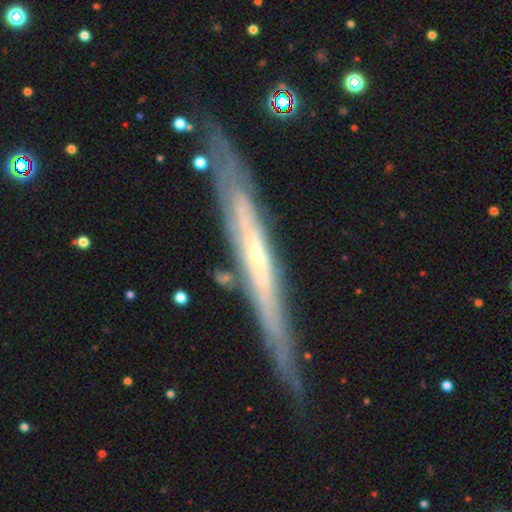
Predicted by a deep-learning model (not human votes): Smooth or featured: featured or disk — 78% (smooth — 14%)
Edge-on disk: yes — 82% (no — 18%)
Edge-on bulge: none — 61% (rounded — 35%)
Merging: none — 79% (minor disturbance — 16%)